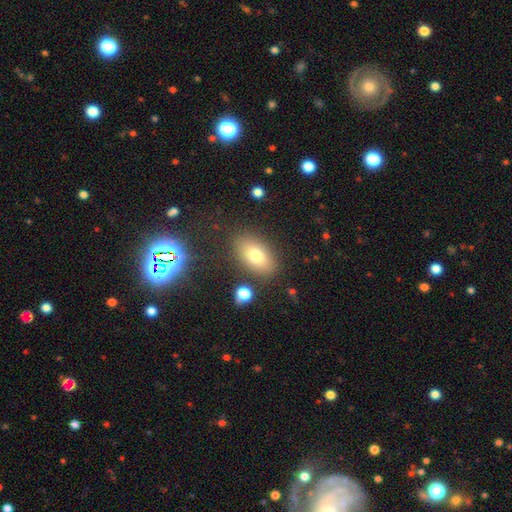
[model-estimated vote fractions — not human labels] The model was most divided on "smooth or featured": smooth: 76%, featured or disk: 14%, star or artifact: 11%. More confident: how rounded — in between (88%); merging — none (82%).